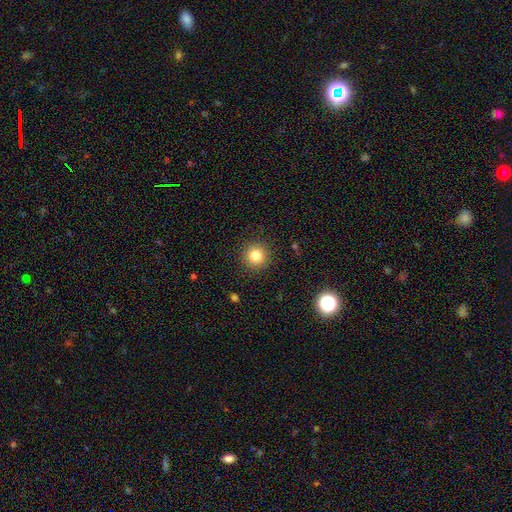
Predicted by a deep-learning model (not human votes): This appears to be a smooth galaxy with no disk features (83%) that is round (95%). Merging: none (91%).